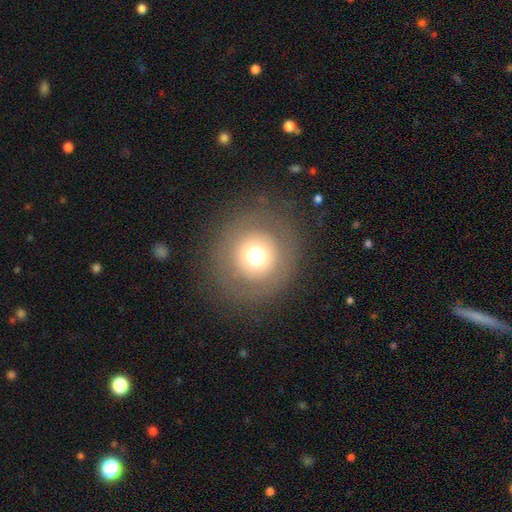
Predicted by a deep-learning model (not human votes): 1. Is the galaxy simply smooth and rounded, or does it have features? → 65% smooth, 19% featured or disk, 16% star or artifact.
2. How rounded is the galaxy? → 96% round, 4% in between, 1% cigar-shaped.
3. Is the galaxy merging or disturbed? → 84% none, 8% minor disturbance, 7% major disturbance, 1% merger.